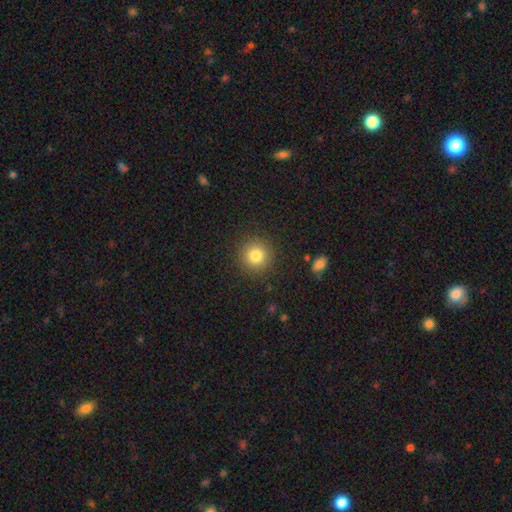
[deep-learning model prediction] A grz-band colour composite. It shows a smooth galaxy with no disk features (81%) that is round (94%). Merging: none (90%).